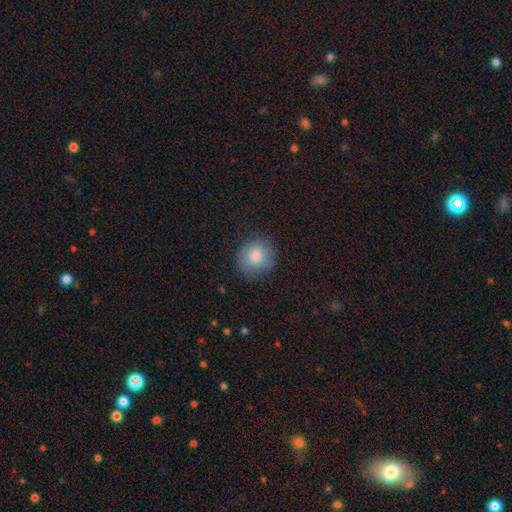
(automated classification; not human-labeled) Smooth or featured: smooth — 82% (featured or disk — 10%)
How rounded: round — 82% (in between — 17%)
Merging: none — 78% (minor disturbance — 16%)